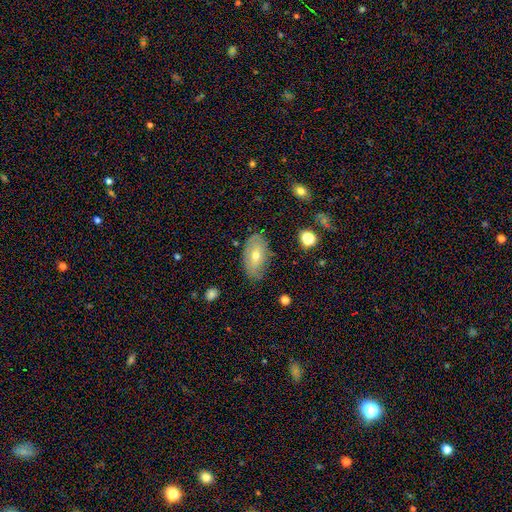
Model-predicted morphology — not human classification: This appears to be a smooth galaxy with no disk features (49%). Merging: none (75%).